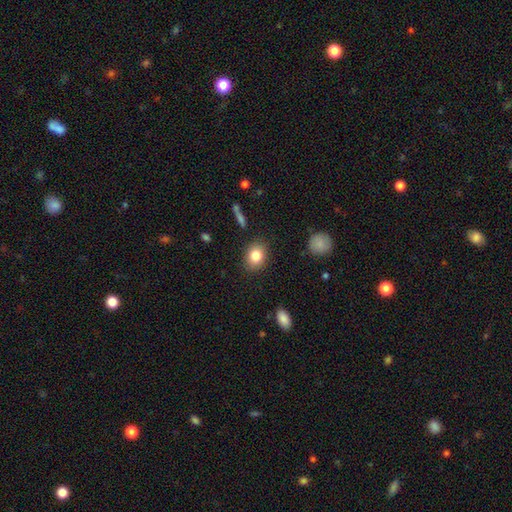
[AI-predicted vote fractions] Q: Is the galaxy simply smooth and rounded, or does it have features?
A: smooth — 82%.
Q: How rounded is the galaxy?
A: in between — 58%.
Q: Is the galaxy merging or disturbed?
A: none — 86%.